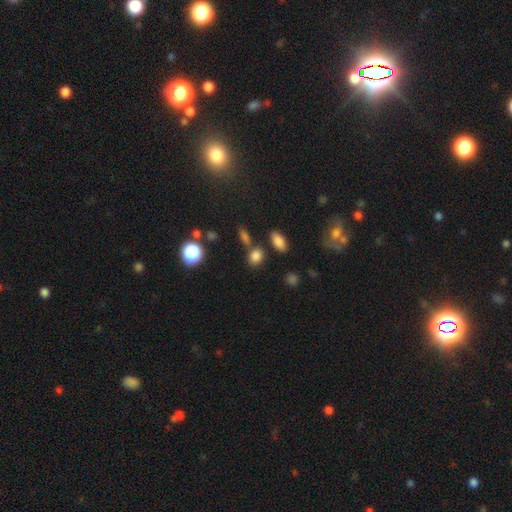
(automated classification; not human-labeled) Smooth or featured?
  - smooth: 81% *
  - star or artifact: 13%
  - featured or disk: 6%
How rounded?
  - round: 50% *
  - in between: 47%
  - cigar-shaped: 3%
Merging?
  - none: 71% *
  - merger: 14%
  - minor disturbance: 11%
  - major disturbance: 4%